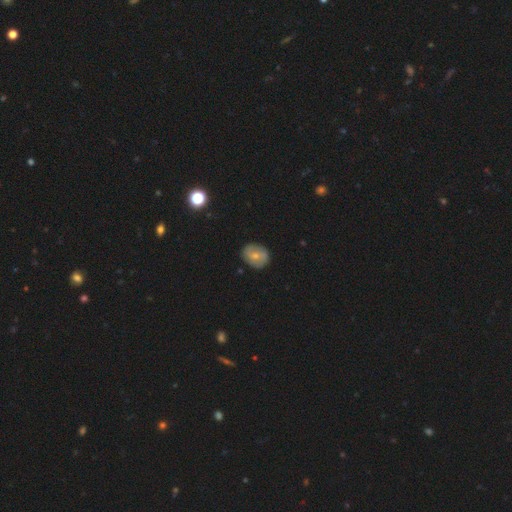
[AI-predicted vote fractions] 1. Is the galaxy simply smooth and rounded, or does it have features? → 58% smooth, 34% featured or disk, 8% star or artifact.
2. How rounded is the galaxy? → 57% round, 42% in between, 1% cigar-shaped.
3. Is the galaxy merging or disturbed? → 82% none, 14% minor disturbance, 3% major disturbance, 1% merger.